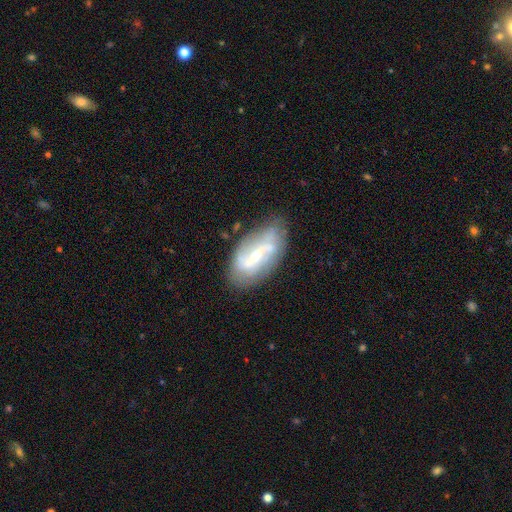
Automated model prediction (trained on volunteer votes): Morphology: type=featured or disk (79%); edge-on=no (94%); bar=strong (47%); spiral arms=yes (85%); winding=loose (57%); arm count=2 (81%); bulge=small (61%); merging=none (71%).